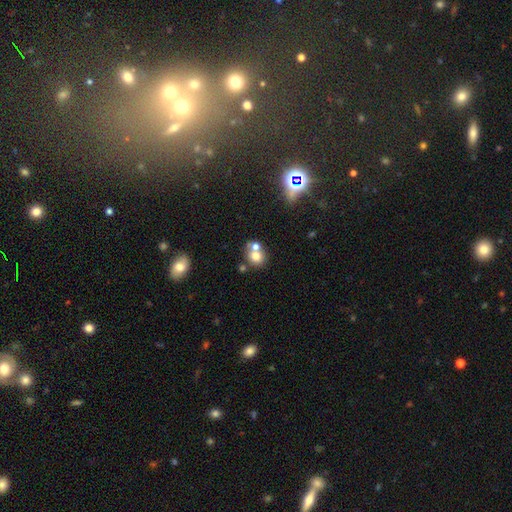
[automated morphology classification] Q: Smooth or featured?
A: smooth (71%); runner-up: featured or disk (17%)
Q: How rounded?
A: round (70%); runner-up: in between (29%)
Q: Merging?
A: merger (47%); runner-up: none (40%)